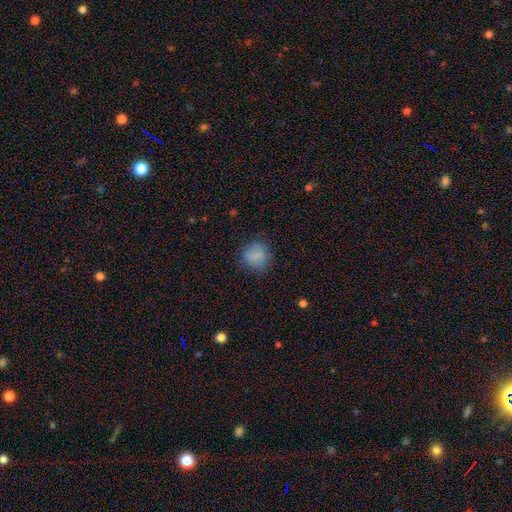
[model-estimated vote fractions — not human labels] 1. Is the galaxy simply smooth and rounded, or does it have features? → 84% smooth, 10% star or artifact, 5% featured or disk.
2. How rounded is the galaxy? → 84% round, 15% in between, 1% cigar-shaped.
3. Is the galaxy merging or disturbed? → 80% none, 14% minor disturbance, 5% major disturbance, 1% merger.